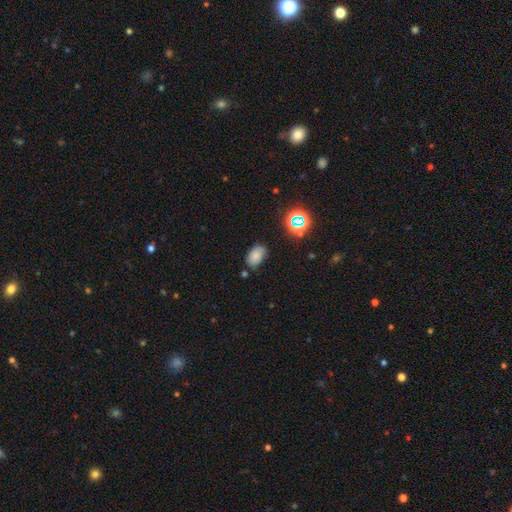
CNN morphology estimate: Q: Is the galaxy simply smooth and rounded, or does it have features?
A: smooth — 76%.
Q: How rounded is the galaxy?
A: in between — 88%.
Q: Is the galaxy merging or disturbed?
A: none — 78%.